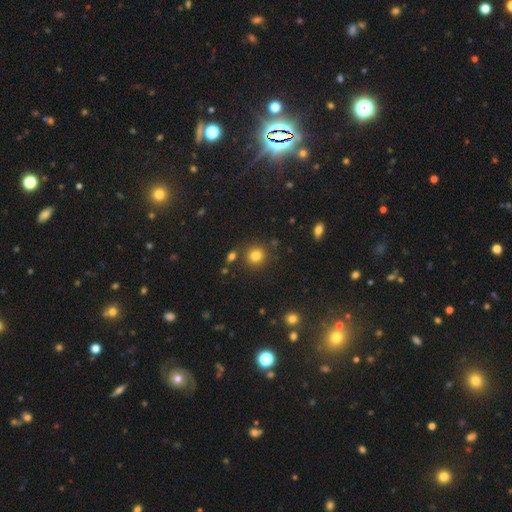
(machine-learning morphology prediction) This appears to be a smooth galaxy with no disk features (81%) that is round (87%). Merging: none (82%).